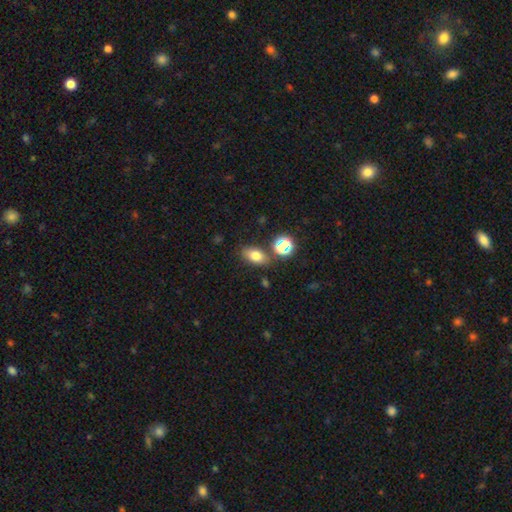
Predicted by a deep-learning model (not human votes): A smooth galaxy with no disk features (75%) that is in between round and cigar-shaped (80%).

Vote fractions:
- Smooth or featured? smooth: 75% / star or artifact: 14% / featured or disk: 11%
- How rounded? in between: 80% / round: 16% / cigar-shaped: 4%
- Merging? none: 77% / minor disturbance: 11% / merger: 9% / major disturbance: 3%